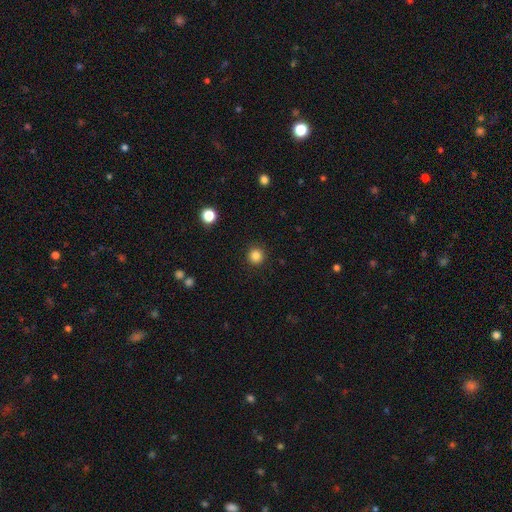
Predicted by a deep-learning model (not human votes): Smooth or featured?
  - smooth: 85% *
  - star or artifact: 12%
  - featured or disk: 4%
How rounded?
  - round: 95% *
  - in between: 4%
  - cigar-shaped: 1%
Merging?
  - none: 92% *
  - minor disturbance: 5%
  - major disturbance: 2%
  - merger: 1%